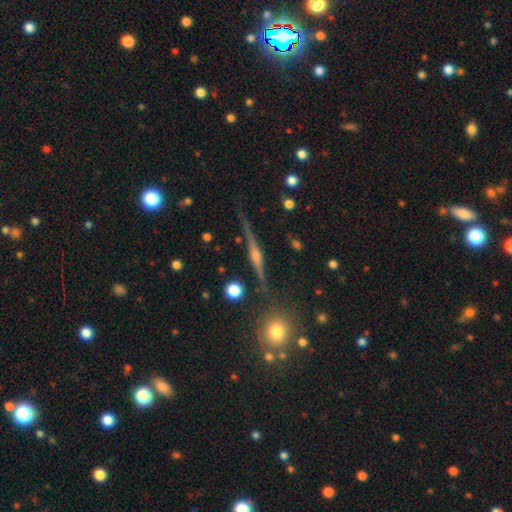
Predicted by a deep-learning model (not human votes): smooth-or-featured: featured or disk: 82% | smooth: 9% | star or artifact: 9%
  disk-edge-on: yes: 98% | no: 2%
    edge-on-bulge: rounded: 88% | boxy: 7% | none: 5%
  merging: none: 86% | minor disturbance: 10% | major disturbance: 2% | merger: 2%